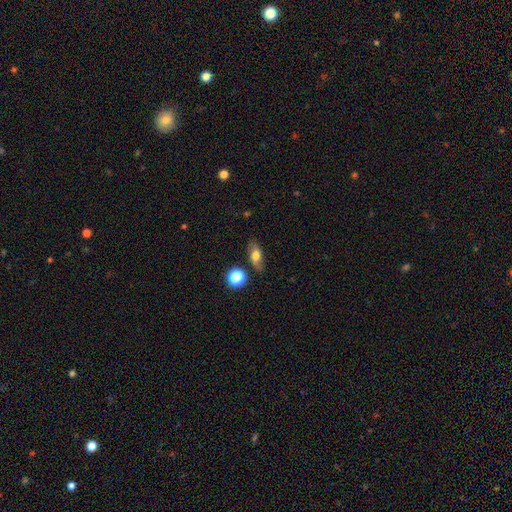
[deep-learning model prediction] The model was most divided on "smooth or featured": smooth: 64%, featured or disk: 26%, star or artifact: 10%. More confident: merging — none (78%); how rounded — in between (69%).